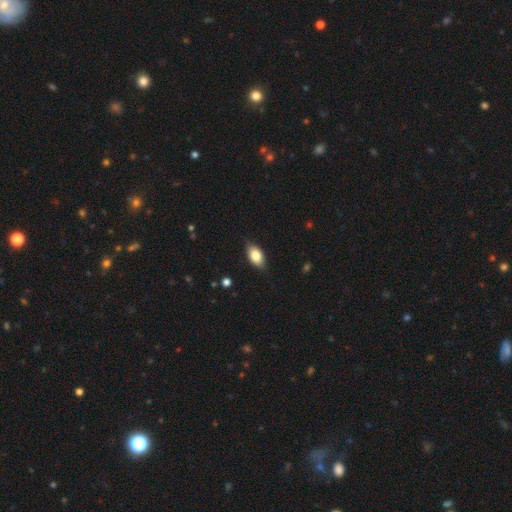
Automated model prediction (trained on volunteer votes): A smooth galaxy with no disk features (81%) that is in between round and cigar-shaped (90%). Merging: none (83%).